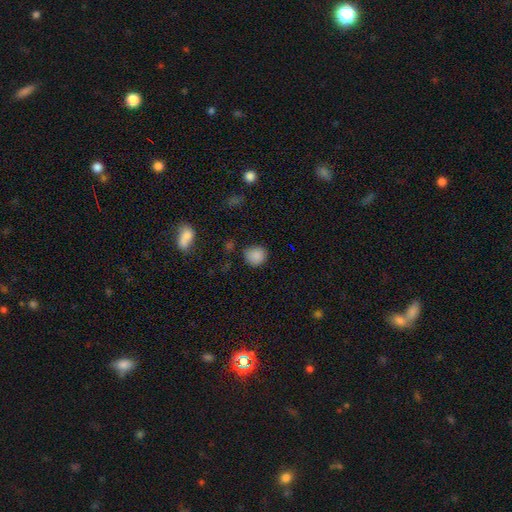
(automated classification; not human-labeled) Smooth or featured? Predicted: smooth (p=0.86). How rounded? Predicted: round (p=0.84). Merging? Predicted: none (p=0.80).